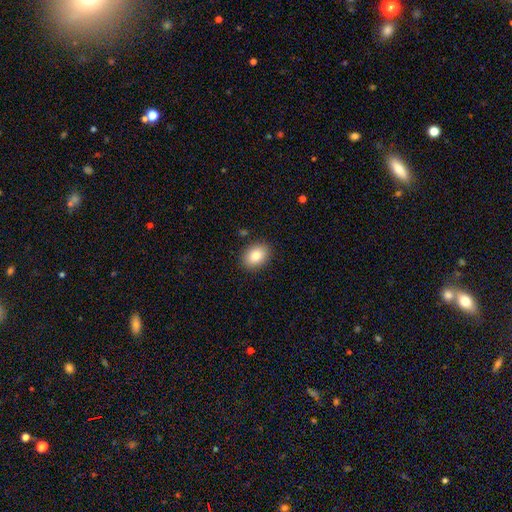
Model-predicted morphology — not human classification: This is clearly a smooth galaxy (84%). How rounded: likely in between (67%). Merging: clearly none (88%).